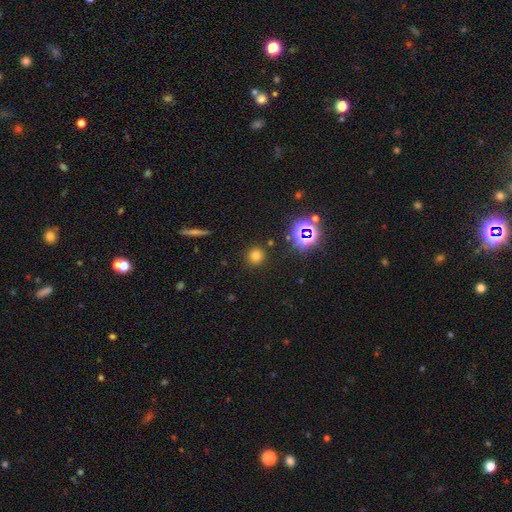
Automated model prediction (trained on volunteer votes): Smooth or featured? Predicted: smooth (p=0.71). How rounded? Predicted: round (p=0.91). Merging? Predicted: none (p=0.88).